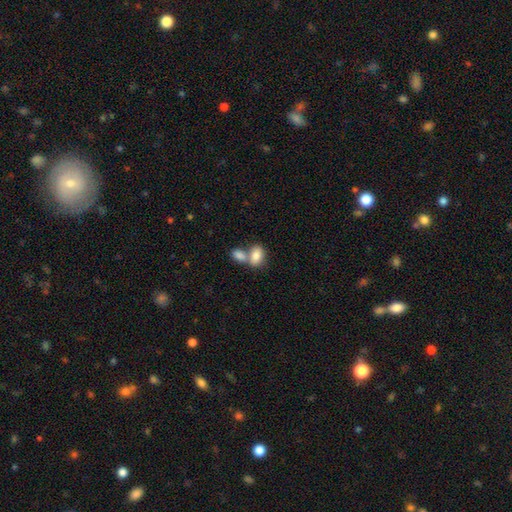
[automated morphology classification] A smooth galaxy with no disk features (83%) that is in between round and cigar-shaped (85%).

Vote fractions:
- Smooth or featured? smooth: 83% / featured or disk: 10% / star or artifact: 7%
- How rounded? in between: 85% / round: 13% / cigar-shaped: 2%
- Merging? merger: 60% / none: 29% / minor disturbance: 8% / major disturbance: 3%